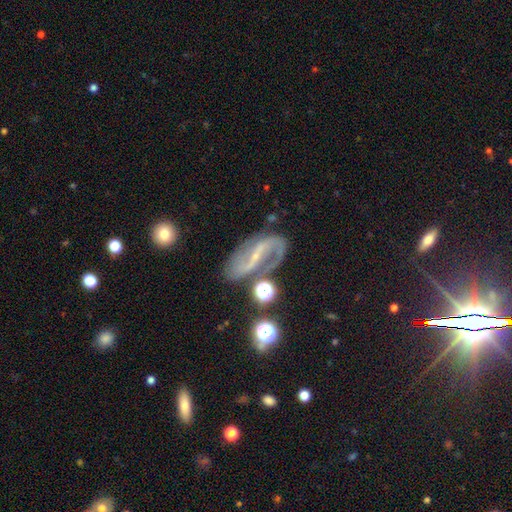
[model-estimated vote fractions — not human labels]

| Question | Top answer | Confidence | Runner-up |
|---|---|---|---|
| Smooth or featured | featured or disk | 82% | smooth (9%) |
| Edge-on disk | no | 93% | yes (7%) |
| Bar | strong | 54% | weak (31%) |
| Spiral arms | yes | 91% | no (9%) |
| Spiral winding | loose | 44% | medium (40%) |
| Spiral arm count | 2 | 87% | 1 (5%) |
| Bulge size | small | 74% | moderate (13%) |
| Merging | none | 63% | minor disturbance (19%) |